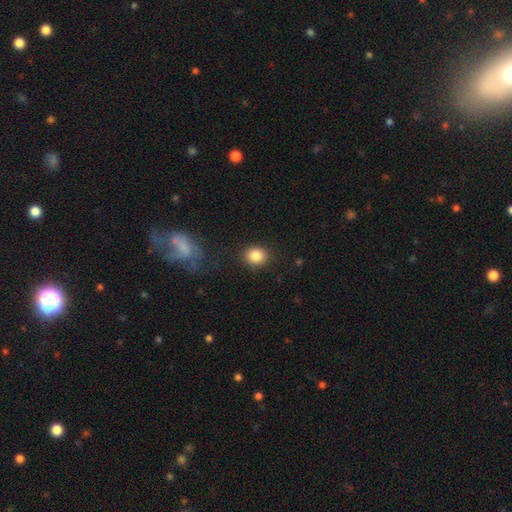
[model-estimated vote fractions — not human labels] Smooth or featured?
  - smooth: 85% *
  - star or artifact: 9%
  - featured or disk: 5%
How rounded?
  - round: 75% *
  - in between: 24%
  - cigar-shaped: 1%
Merging?
  - none: 86% *
  - minor disturbance: 9%
  - major disturbance: 3%
  - merger: 2%